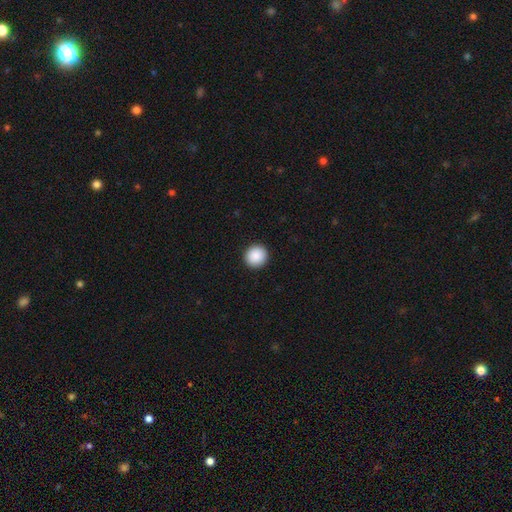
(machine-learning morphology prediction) Smooth or featured? Predicted: smooth (p=0.89). How rounded? Predicted: round (p=0.95). Merging? Predicted: none (p=0.94).